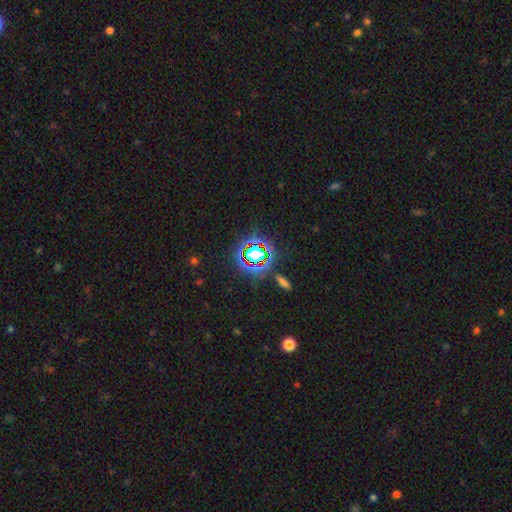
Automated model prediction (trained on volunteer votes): smooth_or_featured: star or artifact (p=0.66) [alt: smooth p=0.24]